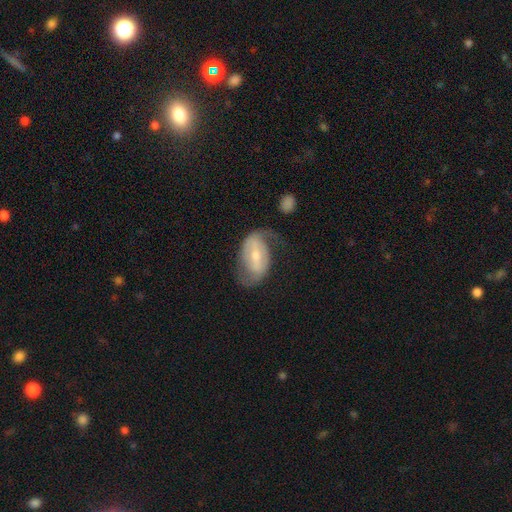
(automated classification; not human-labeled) Morphology: type=featured or disk (74%); edge-on=no (96%); bar=weak (44%); spiral arms=yes (86%); winding=medium (43%); arm count=2 (79%); bulge=moderate (47%); merging=none (51%).